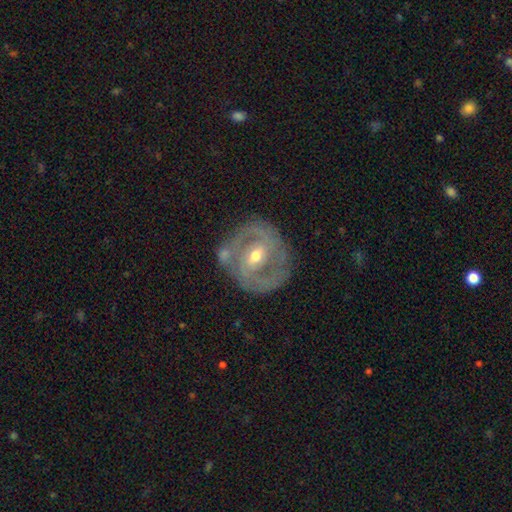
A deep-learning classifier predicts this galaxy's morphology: Smooth or featured? Predicted: featured or disk (p=0.81). Edge-on disk? Predicted: no (p=0.97). Bar? Predicted: weak (p=0.51). Spiral arms? Predicted: yes (p=0.82). Spiral winding? Predicted: tight (p=0.54). Spiral arm count? Predicted: 2 (p=0.66). Bulge size? Predicted: moderate (p=0.66). Merging? Predicted: none (p=0.72).